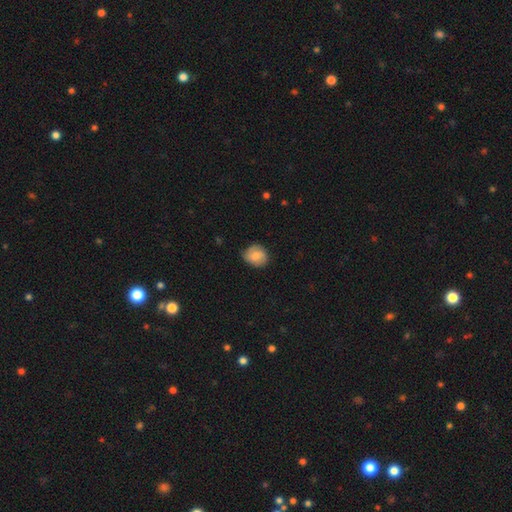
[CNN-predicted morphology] The model was most divided on "how rounded": round: 68%, in between: 31%, cigar-shaped: 1%. More confident: merging — none (71%); smooth or featured — smooth (66%).